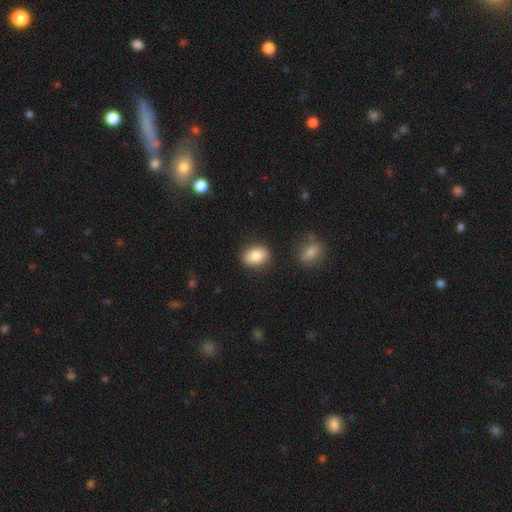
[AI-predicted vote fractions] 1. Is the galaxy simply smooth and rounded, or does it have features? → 84% smooth, 8% featured or disk, 8% star or artifact.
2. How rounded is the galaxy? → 70% in between, 28% round, 1% cigar-shaped.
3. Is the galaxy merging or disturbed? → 85% none, 10% minor disturbance, 3% merger, 3% major disturbance.